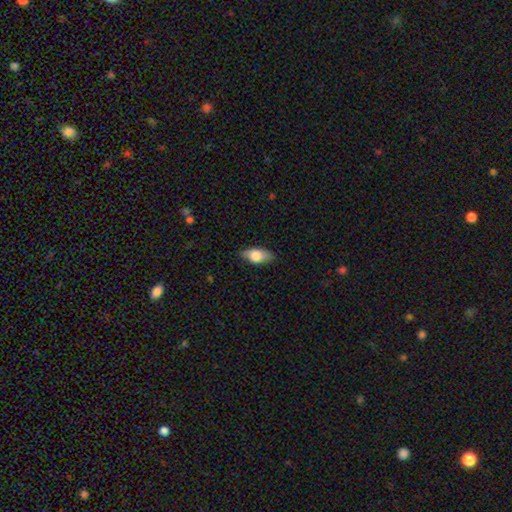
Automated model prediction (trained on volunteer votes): A smooth galaxy with no disk features (71%) that is in between round and cigar-shaped (85%). Merging: none (77%).